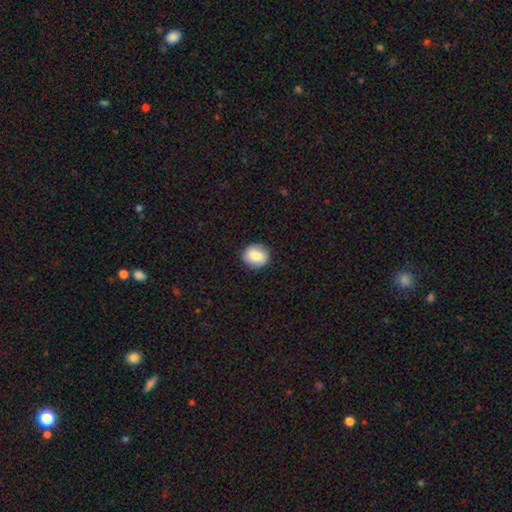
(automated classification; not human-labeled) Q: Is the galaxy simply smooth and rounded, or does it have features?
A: smooth — 82%.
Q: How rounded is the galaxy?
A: round — 81%.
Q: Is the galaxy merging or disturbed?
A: none — 90%.